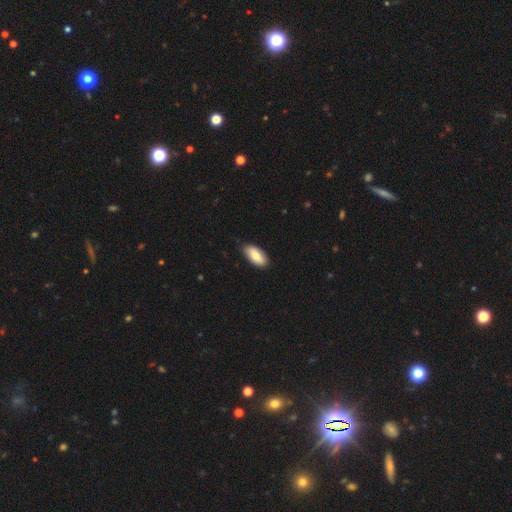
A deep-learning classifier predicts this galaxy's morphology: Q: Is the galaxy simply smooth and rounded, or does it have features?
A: smooth — 77%.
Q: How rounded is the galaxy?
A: in between — 93%.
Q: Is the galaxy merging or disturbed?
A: none — 83%.